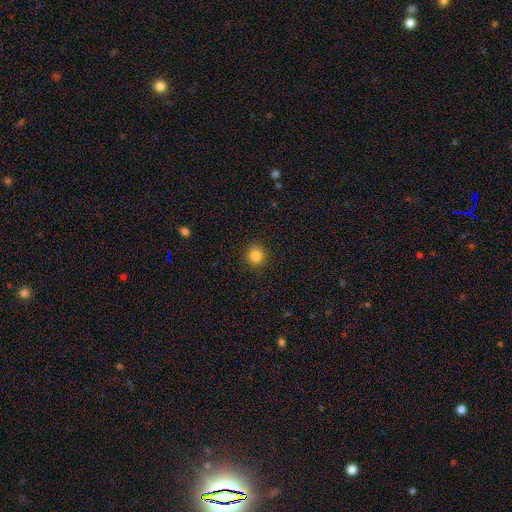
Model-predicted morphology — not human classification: The model was most divided on "smooth or featured": smooth: 84%, star or artifact: 11%, featured or disk: 5%. More confident: how rounded — round (92%); merging — none (91%).